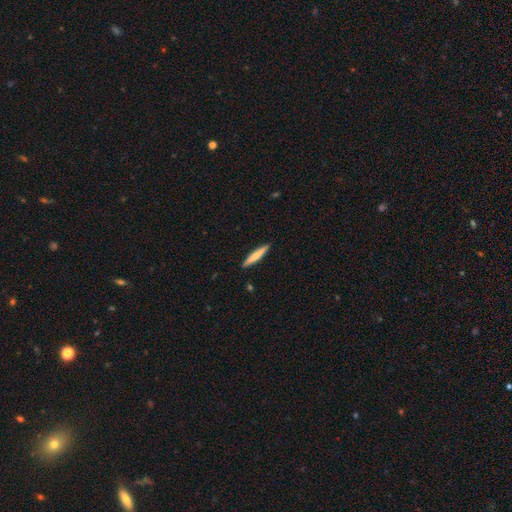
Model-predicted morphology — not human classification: This is likely a smooth galaxy (67%). How rounded: clearly cigar-shaped (92%). Merging: clearly none (90%).